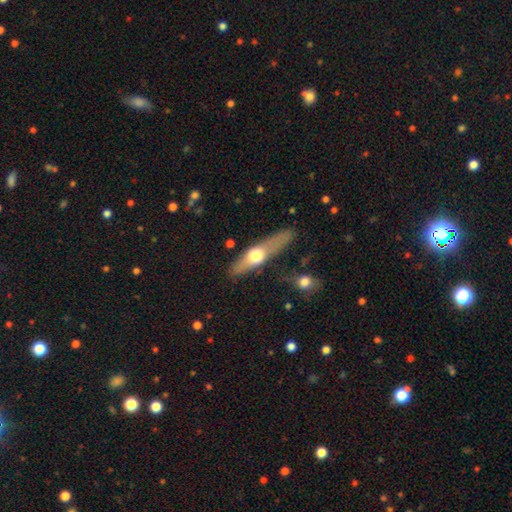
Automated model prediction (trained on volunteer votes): A featured or disk galaxy (53%) viewed edge-on (87%). Merging: none (75%).